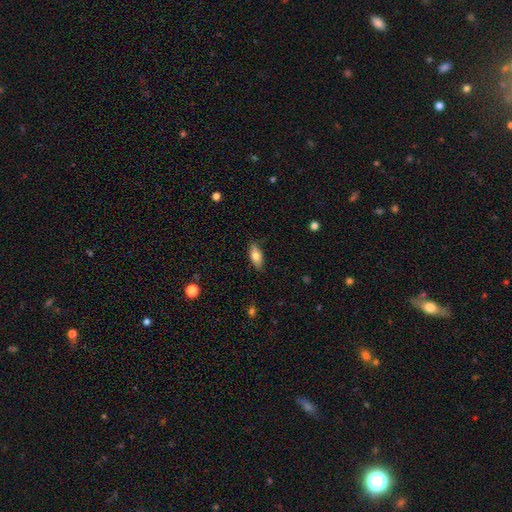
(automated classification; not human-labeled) This appears to be a smooth galaxy with no disk features (77%) that is in between round and cigar-shaped (81%). Merging: none (84%).